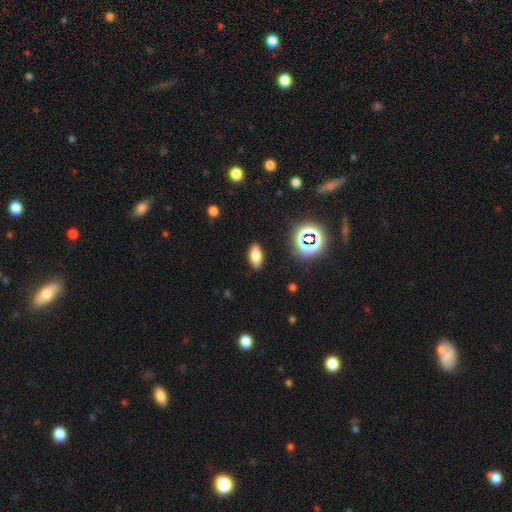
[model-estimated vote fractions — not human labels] Smooth or featured? smooth (71%)
How rounded? in between (81%)
Merging? none (87%)